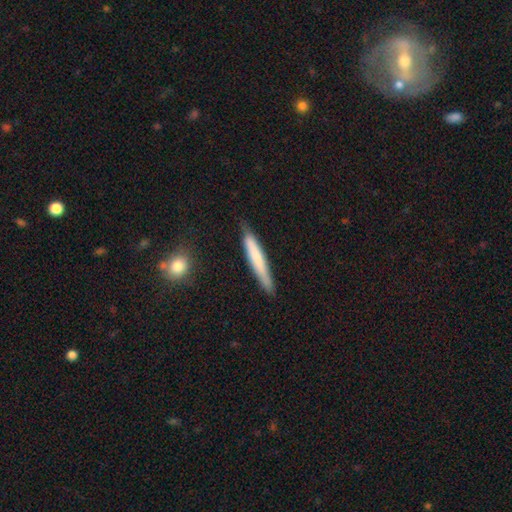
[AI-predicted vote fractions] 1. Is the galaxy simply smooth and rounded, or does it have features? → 67% smooth, 27% featured or disk, 6% star or artifact.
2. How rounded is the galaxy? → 95% cigar-shaped, 4% in between, 1% round.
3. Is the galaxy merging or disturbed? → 80% none, 16% minor disturbance, 3% major disturbance, 2% merger.